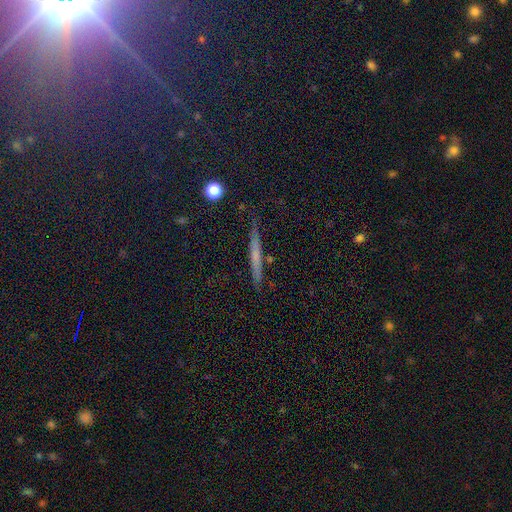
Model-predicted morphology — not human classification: featured or disk 44%, smooth 43%, star or artifact 13%. Down the decision tree: merging — none (88%).